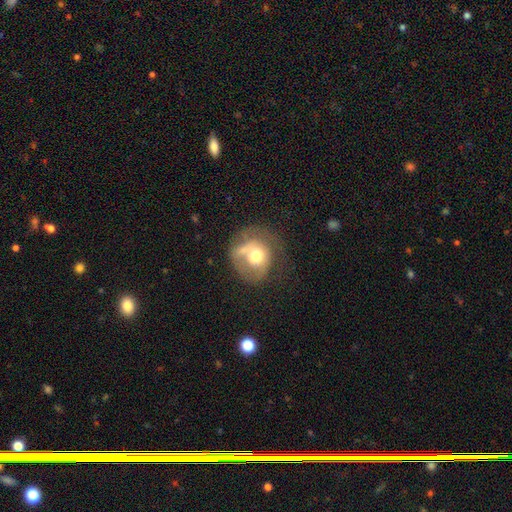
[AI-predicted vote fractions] This is possibly a smooth galaxy (53%). How rounded: likely round (77%). Merging: marginally none (37%).